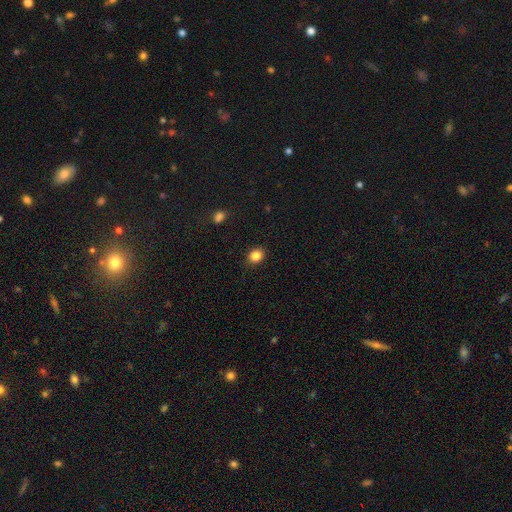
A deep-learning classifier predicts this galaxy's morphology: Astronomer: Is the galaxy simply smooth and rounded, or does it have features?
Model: smooth — 85%.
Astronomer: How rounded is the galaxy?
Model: round — 64%.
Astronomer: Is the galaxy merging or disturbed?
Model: none — 87%.